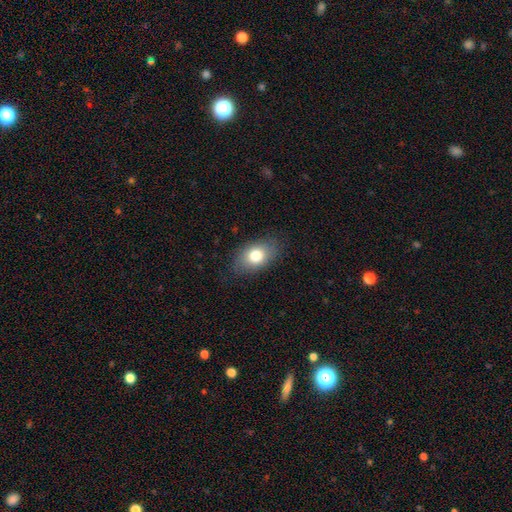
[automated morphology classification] smooth-or-featured: smooth: 78% | featured or disk: 14% | star or artifact: 8%
  how-rounded: in between: 86% | round: 13% | cigar-shaped: 2%
  merging: none: 82% | minor disturbance: 13% | major disturbance: 4% | merger: 1%